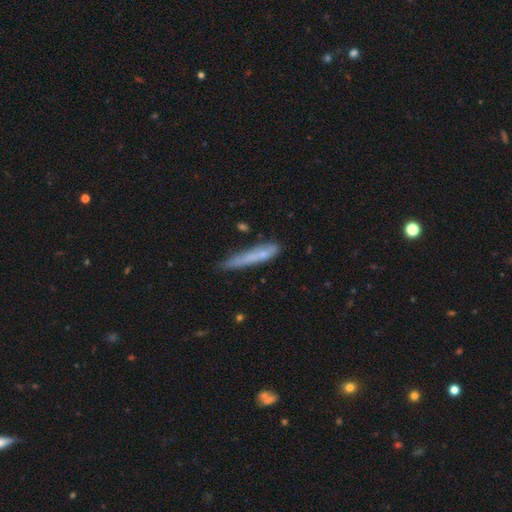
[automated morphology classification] A smooth galaxy with no disk features (61%) that is cigar-shaped (93%).

Vote fractions:
- Smooth or featured? smooth: 61% / featured or disk: 30% / star or artifact: 8%
- How rounded? cigar-shaped: 93% / in between: 6% / round: 2%
- Merging? none: 63% / minor disturbance: 25% / major disturbance: 7% / merger: 5%